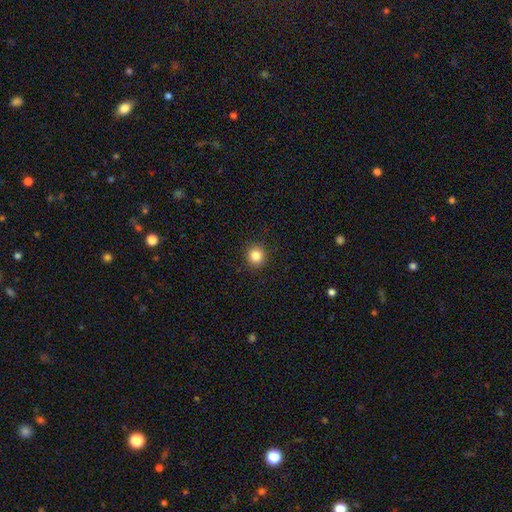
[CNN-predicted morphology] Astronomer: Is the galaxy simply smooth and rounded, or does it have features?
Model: smooth — 84%.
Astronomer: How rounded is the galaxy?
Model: round — 94%.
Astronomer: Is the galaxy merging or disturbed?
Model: none — 92%.